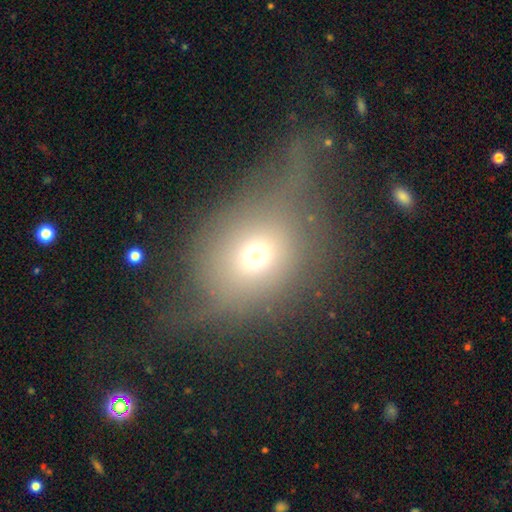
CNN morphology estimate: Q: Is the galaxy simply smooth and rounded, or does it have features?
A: smooth — 53%.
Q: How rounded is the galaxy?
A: round — 56%.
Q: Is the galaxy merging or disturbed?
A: none — 37%.